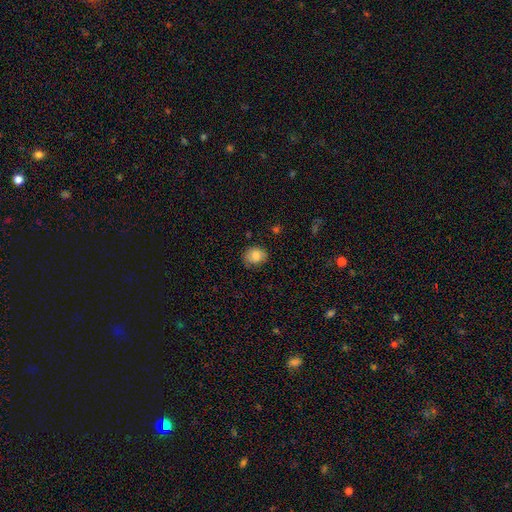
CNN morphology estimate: Smooth or featured? smooth (84%)
How rounded? round (58%)
Merging? none (74%)